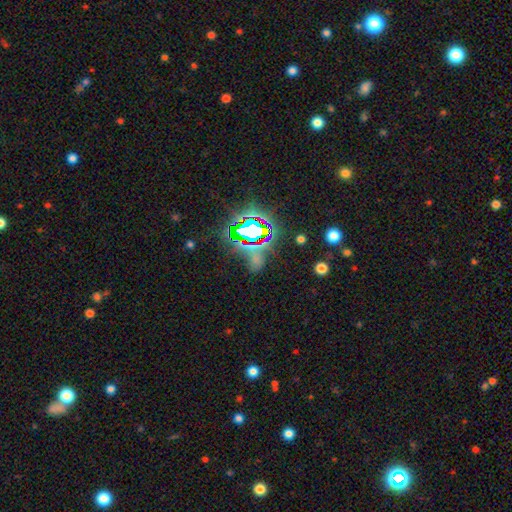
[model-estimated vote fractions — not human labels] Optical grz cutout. It shows a star or artifact, not a galaxy (67%).